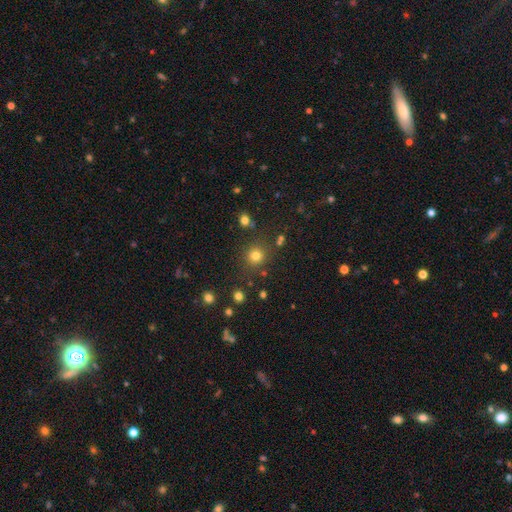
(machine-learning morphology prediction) smooth 79%, star or artifact 15%, featured or disk 6%. Down the decision tree: how rounded — round (92%); merging — none (84%).